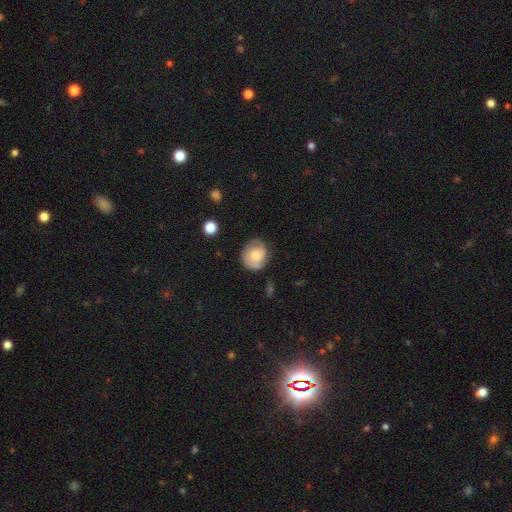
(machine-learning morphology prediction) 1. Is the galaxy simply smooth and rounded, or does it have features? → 49% smooth, 43% featured or disk, 7% star or artifact.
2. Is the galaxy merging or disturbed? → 68% none, 23% minor disturbance, 7% major disturbance, 2% merger.